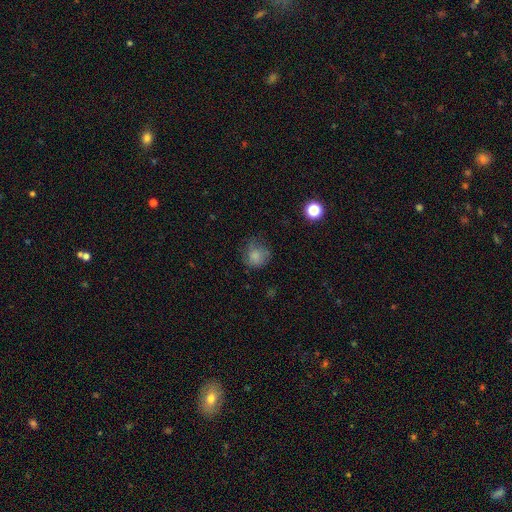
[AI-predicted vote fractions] smooth-or-featured: smooth: 78% | featured or disk: 11% | star or artifact: 11%
  how-rounded: round: 83% | in between: 16% | cigar-shaped: 1%
  merging: none: 62% | minor disturbance: 24% | major disturbance: 12% | merger: 1%